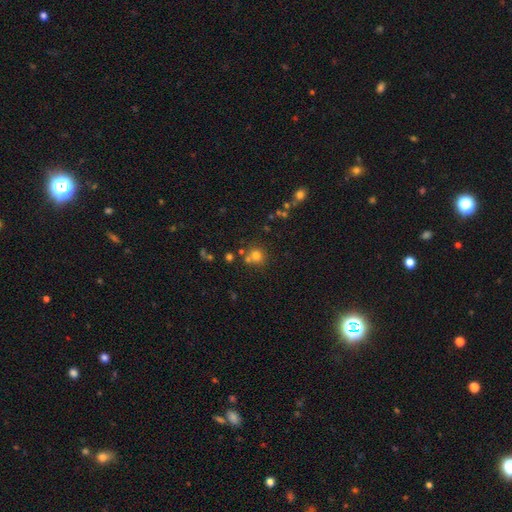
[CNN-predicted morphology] Smooth or featured? smooth (74%)
How rounded? round (89%)
Merging? none (67%)